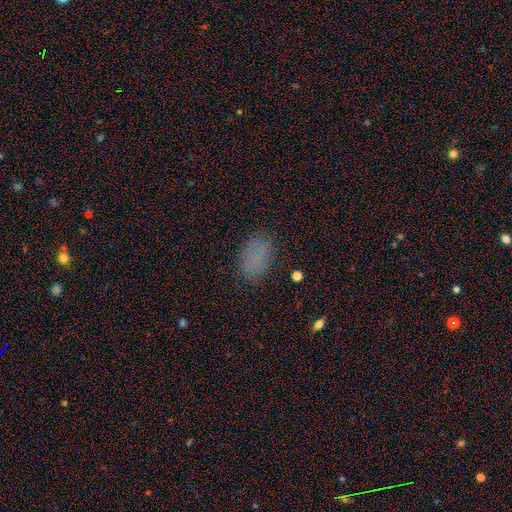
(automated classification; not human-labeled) The model was most divided on "smooth or featured": smooth: 77%, star or artifact: 16%, featured or disk: 7%. More confident: how rounded — in between (89%); merging — none (80%).